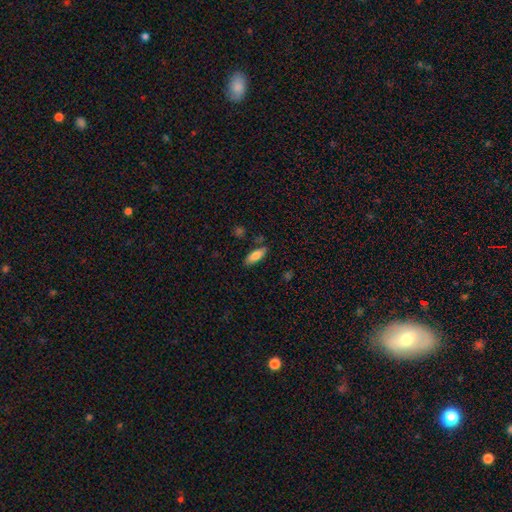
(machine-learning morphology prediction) type=smooth (79%); roundness=in between (73%); merging=none (80%).